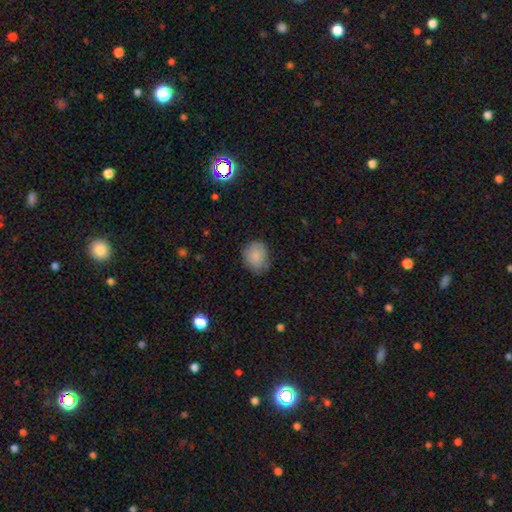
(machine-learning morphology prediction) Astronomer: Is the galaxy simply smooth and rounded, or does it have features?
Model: smooth — 84%.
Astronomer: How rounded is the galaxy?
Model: round — 60% (runner-up: in between, 39%).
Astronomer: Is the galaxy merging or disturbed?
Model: none — 73%.